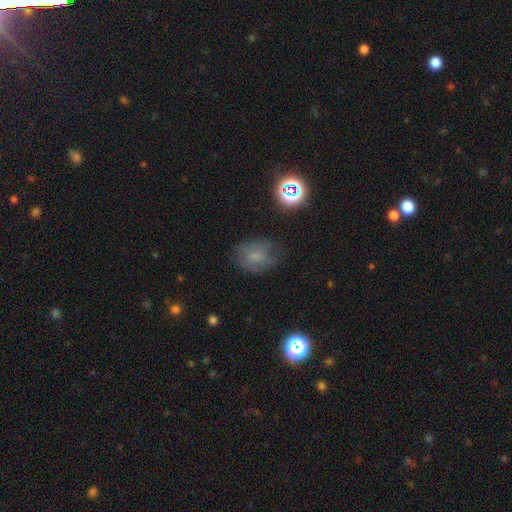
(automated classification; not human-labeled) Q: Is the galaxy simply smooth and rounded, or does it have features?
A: smooth — 57%.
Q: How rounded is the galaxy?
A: round — 56%.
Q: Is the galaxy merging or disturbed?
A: none — 61%.